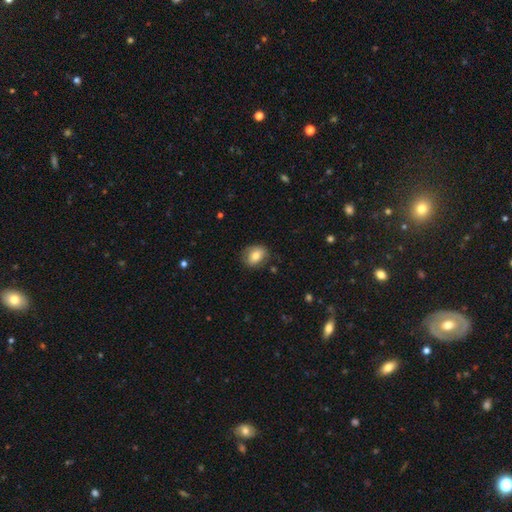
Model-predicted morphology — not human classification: Smooth or featured? Predicted: smooth (p=0.74). How rounded? Predicted: in between (p=0.51). Merging? Predicted: none (p=0.77).